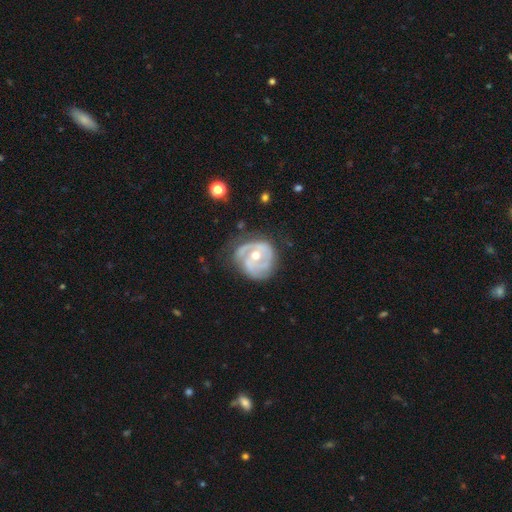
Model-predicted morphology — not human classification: A featured or disk galaxy (81%) with no bar (64%), 2 (38%) tight (54%) spiral arms (87%) and a moderate central bulge (66%).

Vote fractions:
- Smooth or featured? featured or disk: 81% / smooth: 13% / star or artifact: 5%
- Edge-on disk? no: 98% / yes: 2%
- Bar? no: 64% / weak: 27% / strong: 9%
- Spiral arms? yes: 87% / no: 13%
- Spiral winding? tight: 54% / medium: 33% / loose: 13%
- Spiral arm count? 2: 38% / can't tell: 23% / 3: 20% / 1: 12% / 4: 3% / more than 4: 3%
- Bulge size? moderate: 66% / small: 31% / large: 2% / none: 1% / dominant: 1%
- Merging? none: 55% / minor disturbance: 27% / major disturbance: 15% / merger: 3%